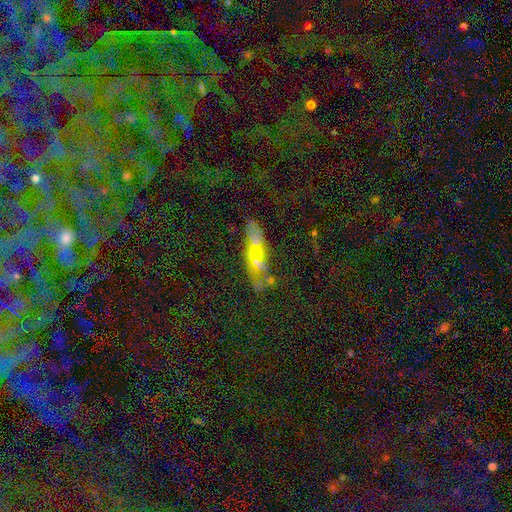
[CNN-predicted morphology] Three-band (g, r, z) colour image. It shows a smooth galaxy with no disk features (40%). Merging: none (43%).